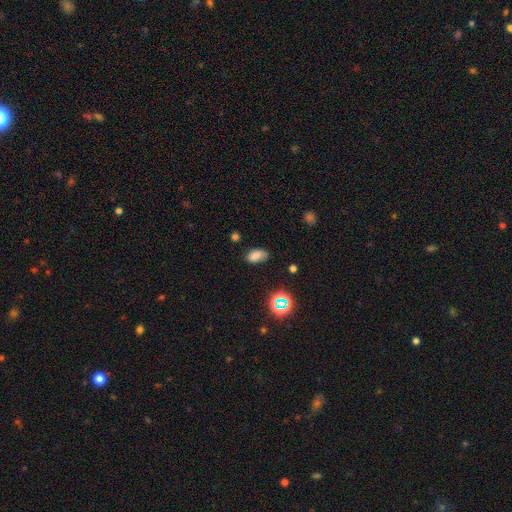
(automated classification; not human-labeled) This is likely a smooth galaxy (77%). How rounded: clearly in between (90%). Merging: likely none (72%).